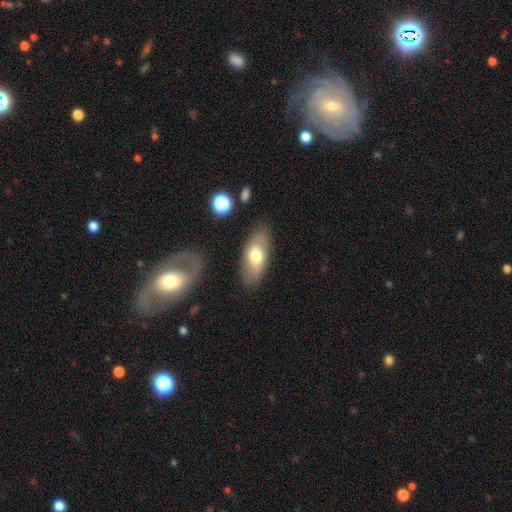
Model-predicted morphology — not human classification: smooth 65%, featured or disk 28%, star or artifact 7%. Down the decision tree: how rounded — in between (87%); merging — none (82%).